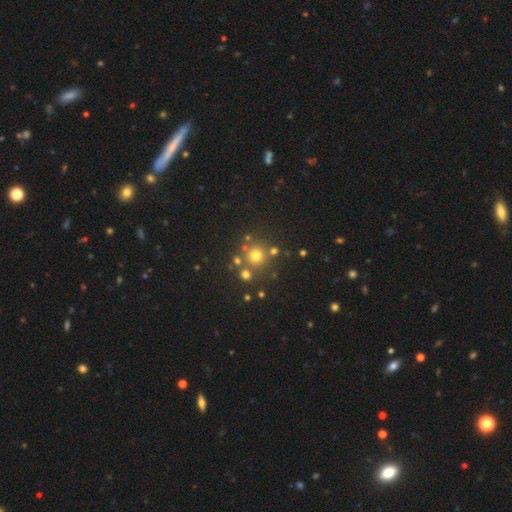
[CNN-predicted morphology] smooth-or-featured: smooth: 68% | star or artifact: 23% | featured or disk: 9%
  how-rounded: round: 93% | in between: 6% | cigar-shaped: 1%
  merging: none: 76% | merger: 12% | minor disturbance: 9% | major disturbance: 4%